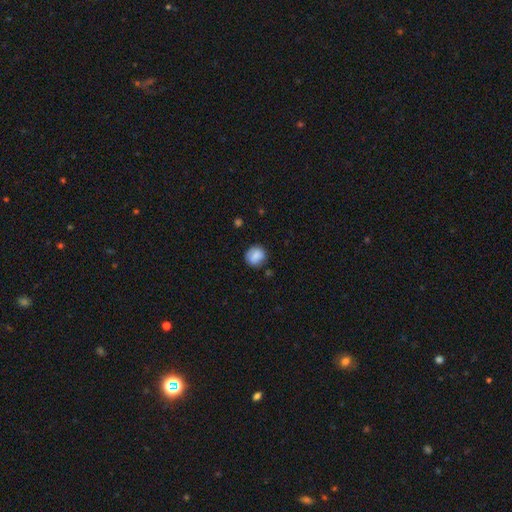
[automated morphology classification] type=smooth (84%); roundness=round (83%); merging=none (81%).